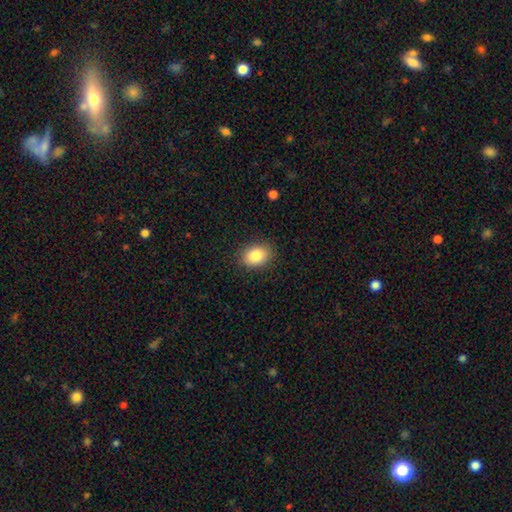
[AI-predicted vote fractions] smooth-or-featured: smooth: 85% | star or artifact: 8% | featured or disk: 7%
  how-rounded: in between: 73% | round: 26% | cigar-shaped: 1%
  merging: none: 87% | minor disturbance: 9% | major disturbance: 2% | merger: 1%